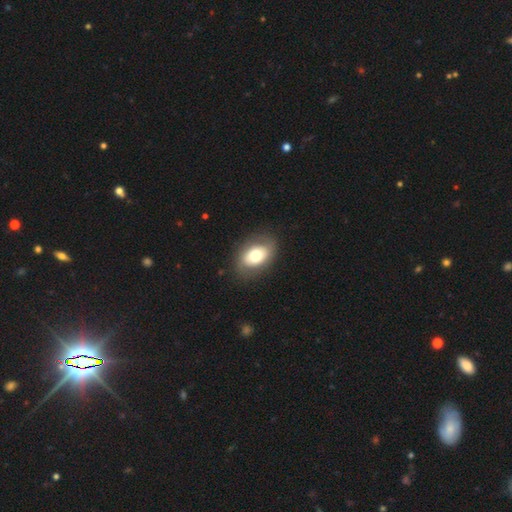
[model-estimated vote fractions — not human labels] smooth 62%, featured or disk 31%, star or artifact 7%. Down the decision tree: how rounded — in between (81%); merging — none (80%).